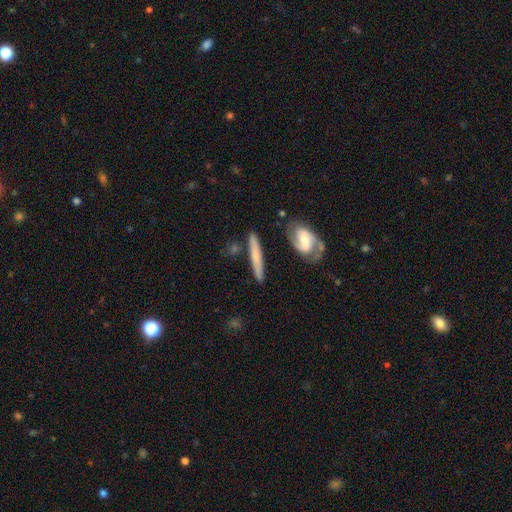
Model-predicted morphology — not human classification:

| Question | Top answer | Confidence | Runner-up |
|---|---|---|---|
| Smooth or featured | smooth | 48% | featured or disk (45%) |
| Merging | none | 77% | minor disturbance (13%) |